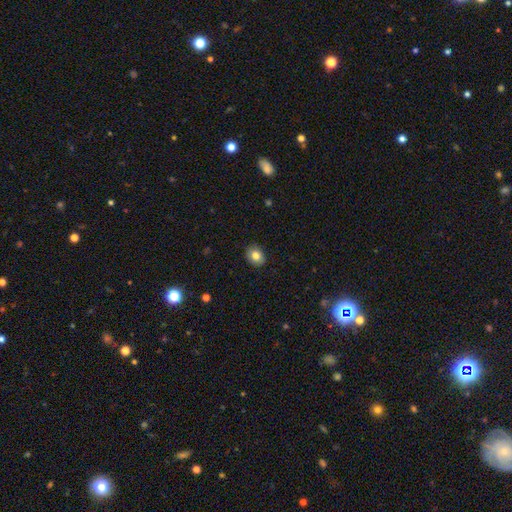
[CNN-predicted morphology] Smooth or featured?
  - smooth: 81% *
  - featured or disk: 10%
  - star or artifact: 9%
How rounded?
  - in between: 53% *
  - round: 46%
  - cigar-shaped: 1%
Merging?
  - none: 89% *
  - minor disturbance: 9%
  - major disturbance: 2%
  - merger: 1%